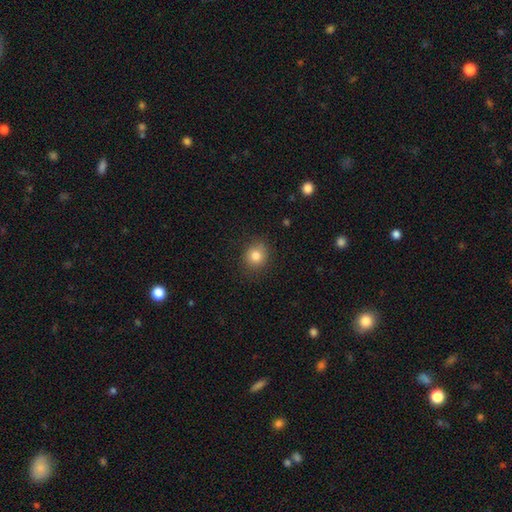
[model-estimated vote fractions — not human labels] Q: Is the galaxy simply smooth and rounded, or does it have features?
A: smooth — 82%.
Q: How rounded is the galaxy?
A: round — 79%.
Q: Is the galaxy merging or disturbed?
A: none — 85%.